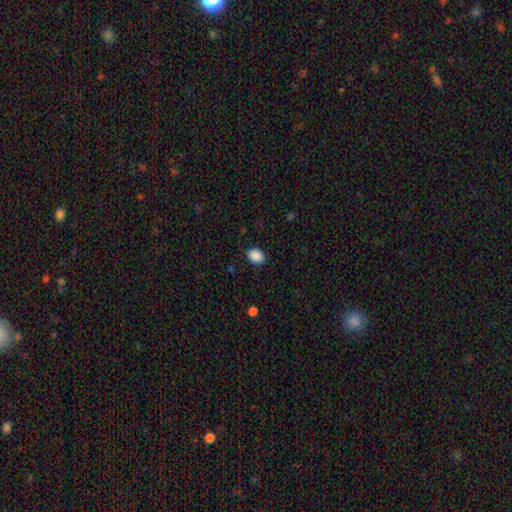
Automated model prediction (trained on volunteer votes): smooth_or_featured: smooth (p=0.89) [alt: star or artifact p=0.09]
how_rounded: in between (p=0.61) [alt: round p=0.38]
merging: none (p=0.85) [alt: minor disturbance p=0.11]